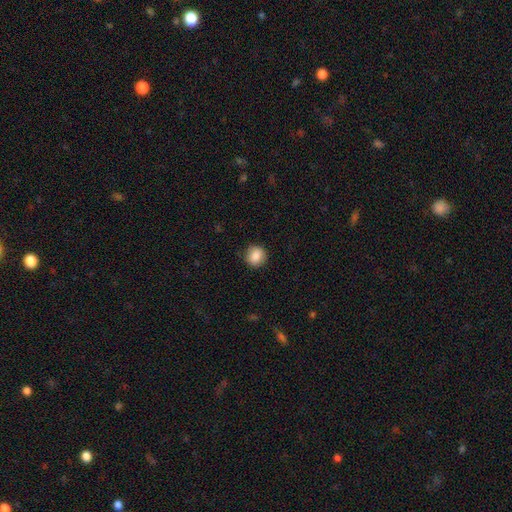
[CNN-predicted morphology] Smooth or featured? Predicted: smooth (p=0.86). How rounded? Predicted: round (p=0.84). Merging? Predicted: none (p=0.85).